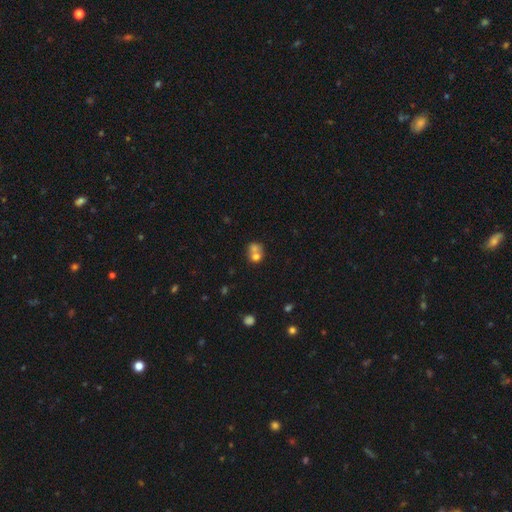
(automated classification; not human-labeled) The model was most divided on "how rounded": round: 67%, in between: 32%, cigar-shaped: 1%. More confident: smooth or featured — smooth (67%); merging — merger (64%).